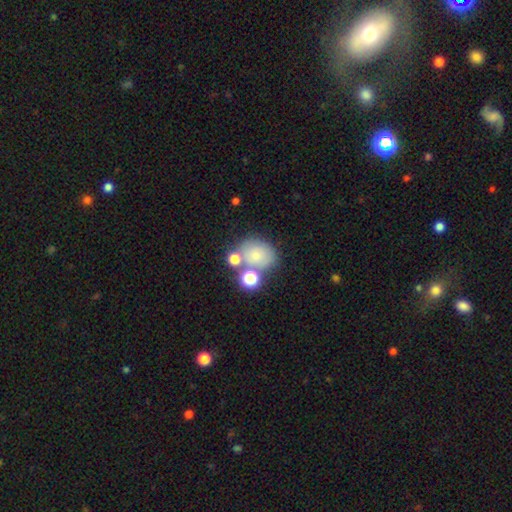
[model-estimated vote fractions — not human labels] This is likely a smooth galaxy (67%). How rounded: likely round (60%). Merging: possibly none (52%).